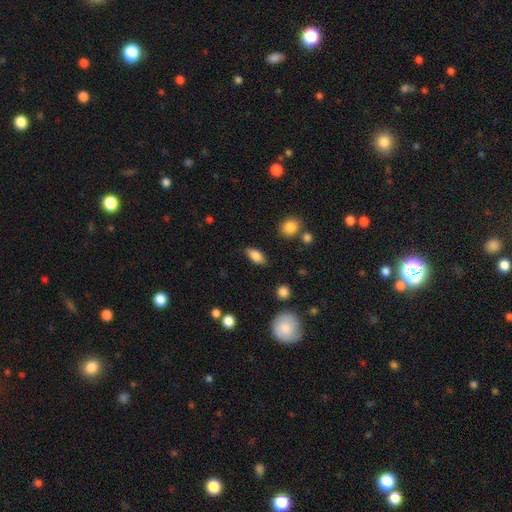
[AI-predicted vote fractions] A smooth galaxy with no disk features (83%) that is in between round and cigar-shaped (87%). Merging: none (84%).